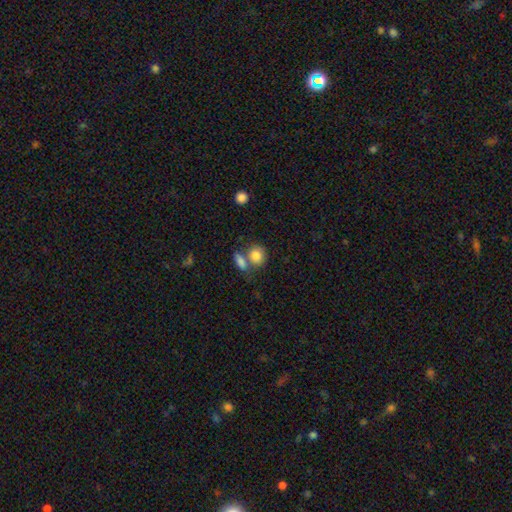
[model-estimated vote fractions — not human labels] The model was most divided on "merging": none: 46%, merger: 39%, minor disturbance: 11%, major disturbance: 4%. More confident: smooth or featured — smooth (83%); how rounded — round (60%).